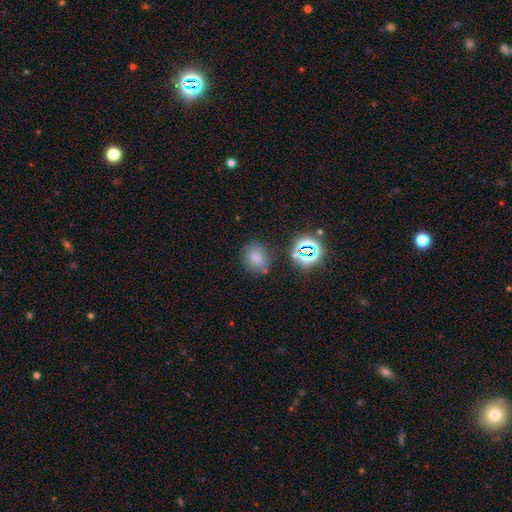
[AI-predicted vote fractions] Smooth or featured? Predicted: smooth (p=0.69). How rounded? Predicted: round (p=0.59). Merging? Predicted: none (p=0.75).